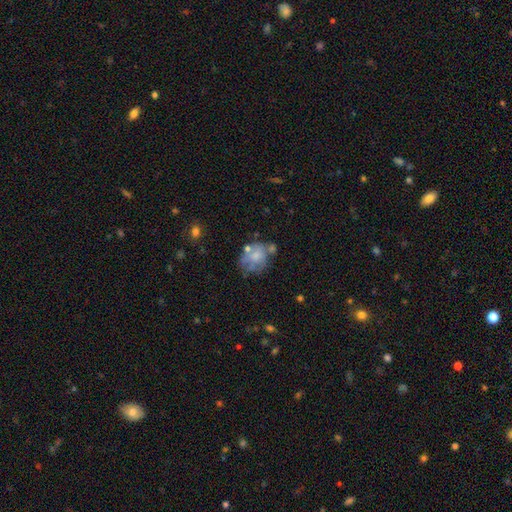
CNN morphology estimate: Smooth or featured? Predicted: smooth (p=0.50). How rounded? Predicted: round (p=0.56). Merging? Predicted: none (p=0.41).